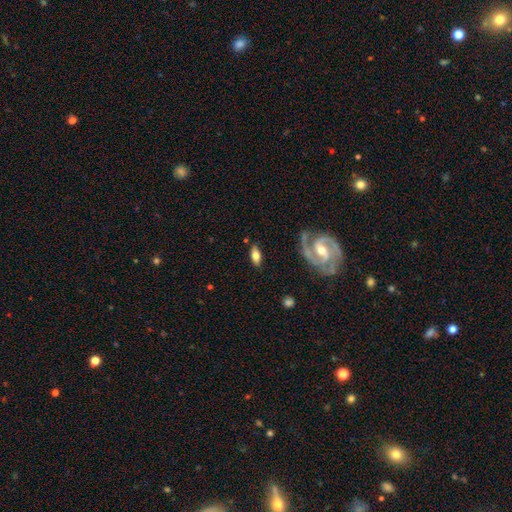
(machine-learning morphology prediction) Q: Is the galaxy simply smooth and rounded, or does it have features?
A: smooth — 61%.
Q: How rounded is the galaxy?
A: in between — 85%.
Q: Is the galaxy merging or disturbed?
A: none — 81%.